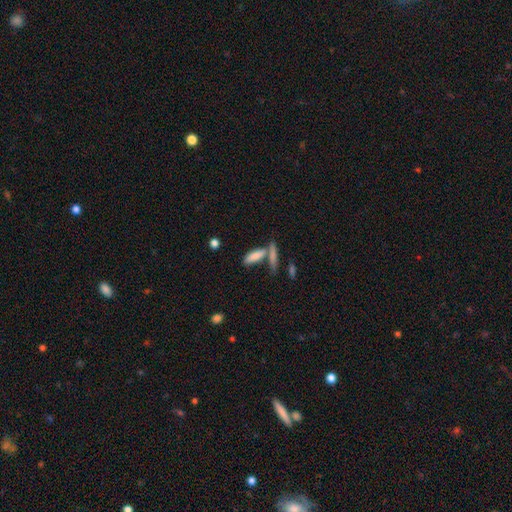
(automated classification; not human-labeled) A smooth galaxy with no disk features (78%) that is in between round and cigar-shaped (53%). Merging: none (46%).